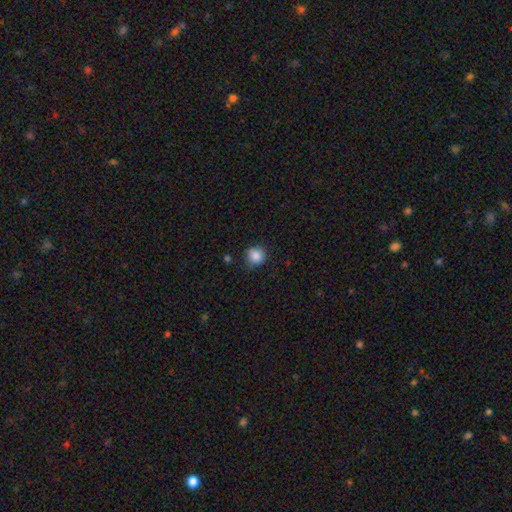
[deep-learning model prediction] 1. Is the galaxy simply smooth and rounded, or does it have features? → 86% smooth, 10% star or artifact, 5% featured or disk.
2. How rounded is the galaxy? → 90% round, 9% in between, 1% cigar-shaped.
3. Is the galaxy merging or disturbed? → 80% none, 15% minor disturbance, 3% major disturbance, 2% merger.